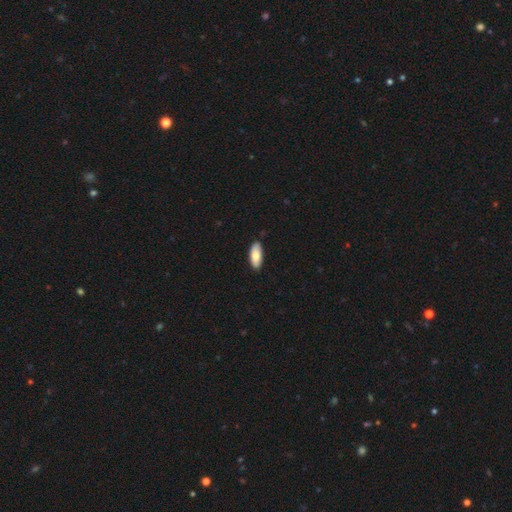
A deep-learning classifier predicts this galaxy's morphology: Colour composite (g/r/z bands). It shows a smooth galaxy with no disk features (81%) that is in between round and cigar-shaped (85%). Merging: none (86%).